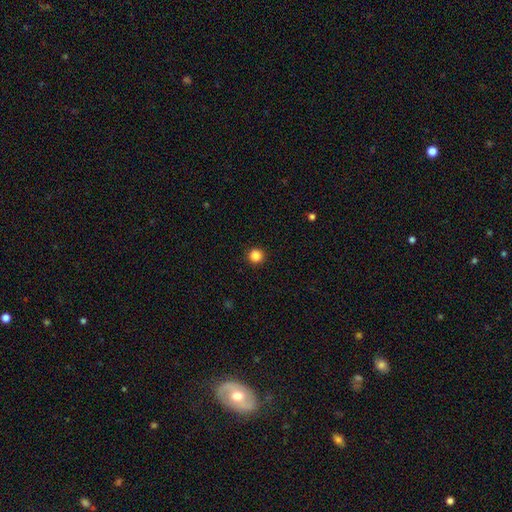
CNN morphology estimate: smooth-or-featured: smooth: 85% | star or artifact: 11% | featured or disk: 3%
  how-rounded: round: 96% | in between: 3% | cigar-shaped: 1%
  merging: none: 93% | minor disturbance: 4% | major disturbance: 2% | merger: 1%